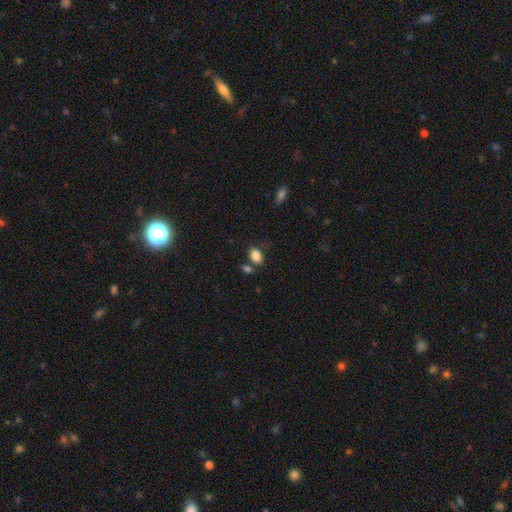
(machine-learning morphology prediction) A smooth galaxy with no disk features (85%) that is in between round and cigar-shaped (84%). Merging: none (60%).